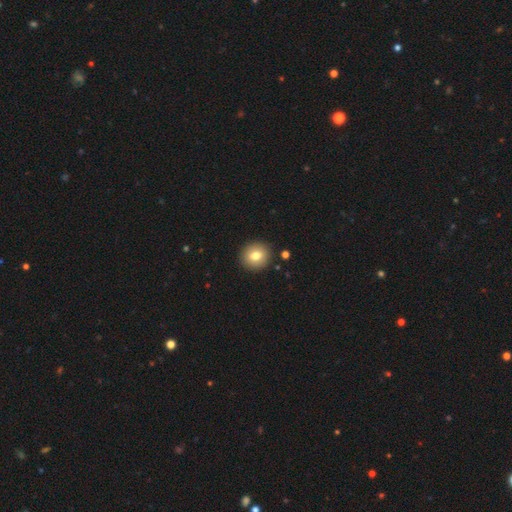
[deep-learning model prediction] Morphology: type=smooth (77%); roundness=round (89%); merging=none (91%).